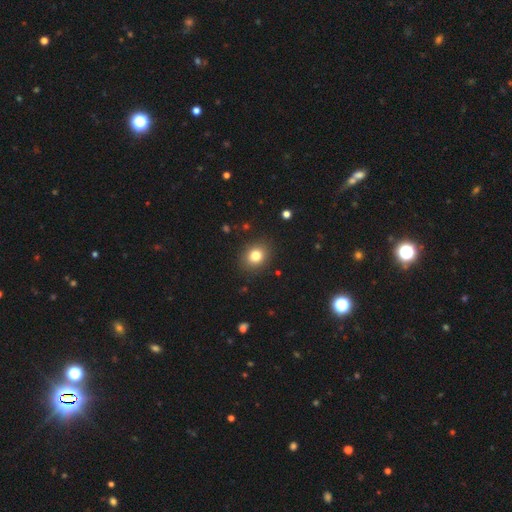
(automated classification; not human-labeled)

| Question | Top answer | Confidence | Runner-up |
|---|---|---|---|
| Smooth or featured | smooth | 81% | star or artifact (12%) |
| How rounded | round | 62% | in between (37%) |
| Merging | none | 88% | minor disturbance (8%) |